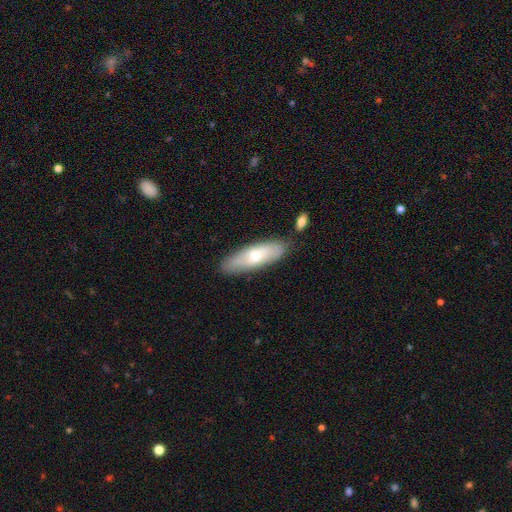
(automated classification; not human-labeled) smooth-or-featured: smooth: 57% | featured or disk: 37% | star or artifact: 6%
  how-rounded: cigar-shaped: 49% (tied) | in between: 49% (tied) | round: 2%
  merging: none: 82% | minor disturbance: 12% | merger: 4% | major disturbance: 2%